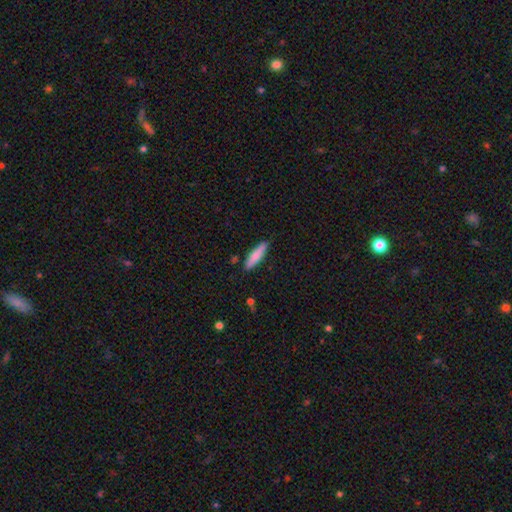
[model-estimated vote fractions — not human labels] Overall: smooth (78%). How rounded: cigar-shaped (79%). Merging: none (87%).